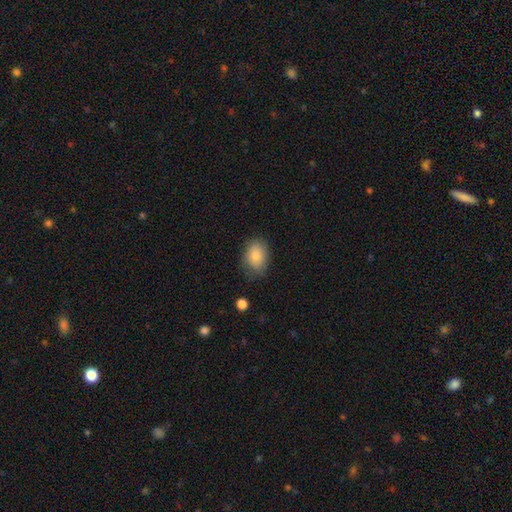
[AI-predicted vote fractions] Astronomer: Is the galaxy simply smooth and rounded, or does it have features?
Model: smooth — 83%.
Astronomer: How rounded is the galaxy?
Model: in between — 76%.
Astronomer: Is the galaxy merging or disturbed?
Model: none — 72%.